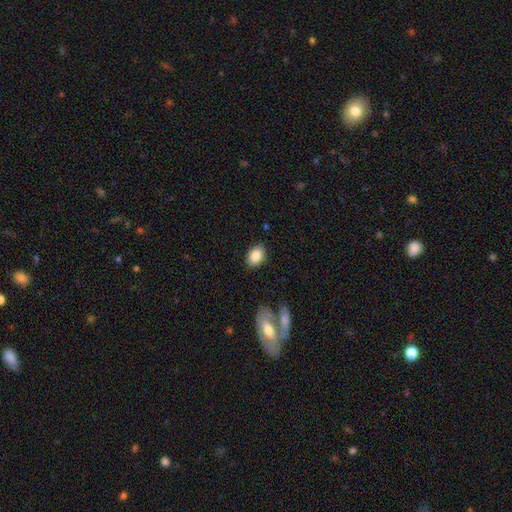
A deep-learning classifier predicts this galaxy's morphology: smooth 85%, featured or disk 8%, star or artifact 7%. Down the decision tree: how rounded — in between (78%); merging — none (84%).